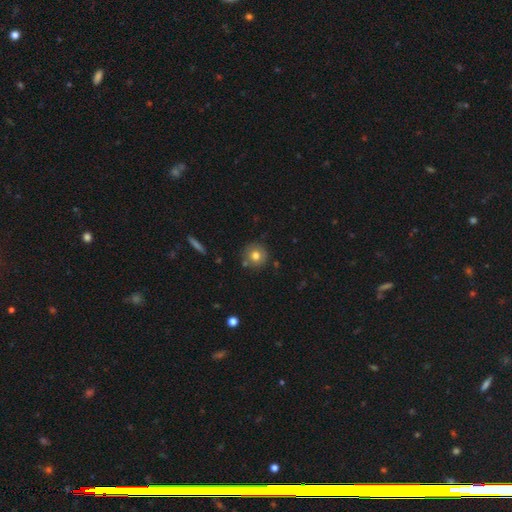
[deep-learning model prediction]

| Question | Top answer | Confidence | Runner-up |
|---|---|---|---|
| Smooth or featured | smooth | 75% | featured or disk (15%) |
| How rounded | round | 93% | in between (6%) |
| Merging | none | 80% | minor disturbance (11%) |